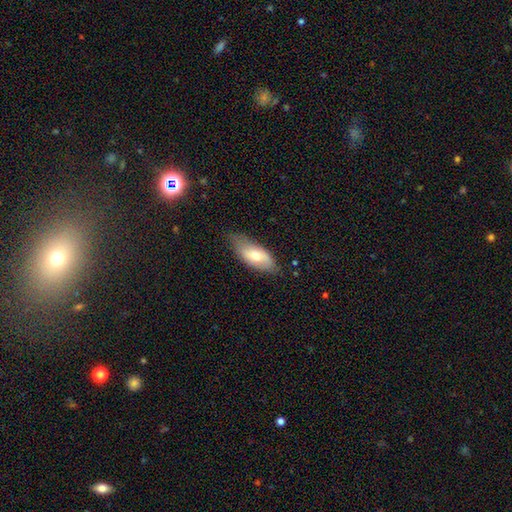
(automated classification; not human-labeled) smooth-or-featured: smooth: 65% | featured or disk: 29% | star or artifact: 6%
  how-rounded: in between: 87% | cigar-shaped: 10% | round: 3%
  merging: none: 65% | minor disturbance: 28% | major disturbance: 6% | merger: 1%